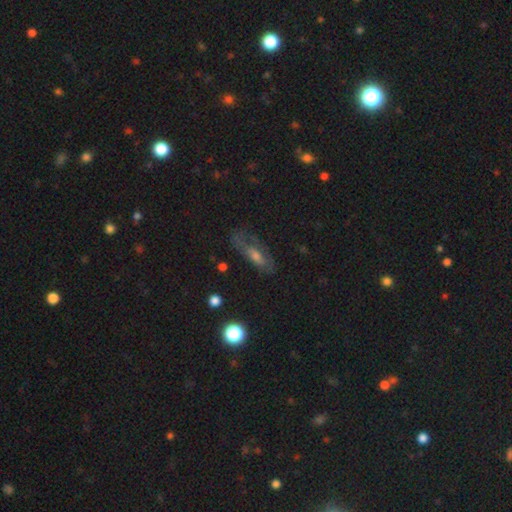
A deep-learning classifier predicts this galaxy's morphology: smooth_or_featured: featured or disk (p=0.48) [alt: smooth p=0.38]
merging: none (p=0.58) [alt: minor disturbance p=0.23]